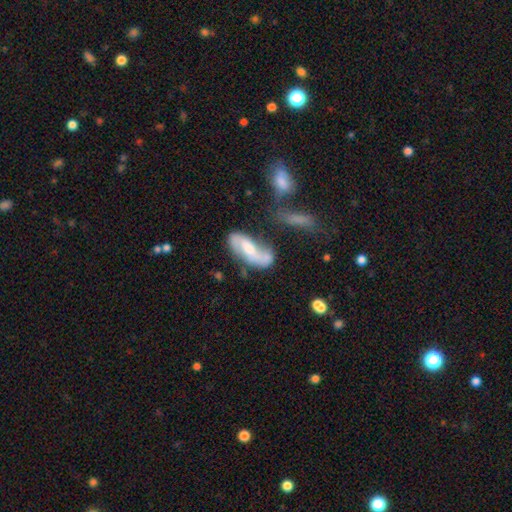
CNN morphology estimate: A featured or disk galaxy (62%) with no bar (42%), spiral arms (80%) and a moderate central bulge (52%).

Vote fractions:
- Smooth or featured? featured or disk: 62% / smooth: 31% / star or artifact: 7%
- Edge-on disk? no: 90% / yes: 10%
- Bar? no: 42% / weak: 39% / strong: 19%
- Spiral arms? yes: 80% / no: 20%
- Bulge size? moderate: 52% / small: 25% / large: 12% / none: 9% / dominant: 2%
- Merging? none: 42% / minor disturbance: 22% / merger: 21% / major disturbance: 15%